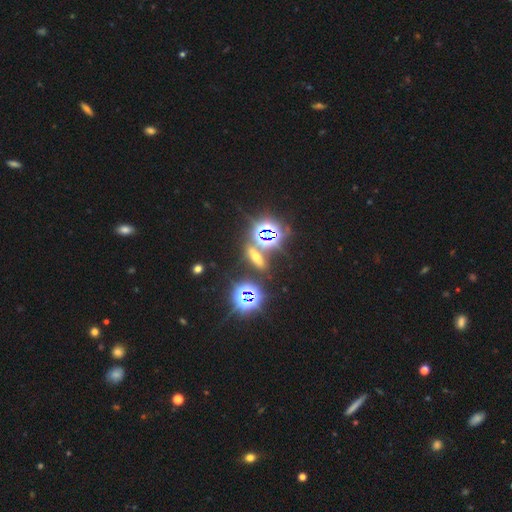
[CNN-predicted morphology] Q: Smooth or featured?
A: star or artifact (60%); runner-up: smooth (24%)